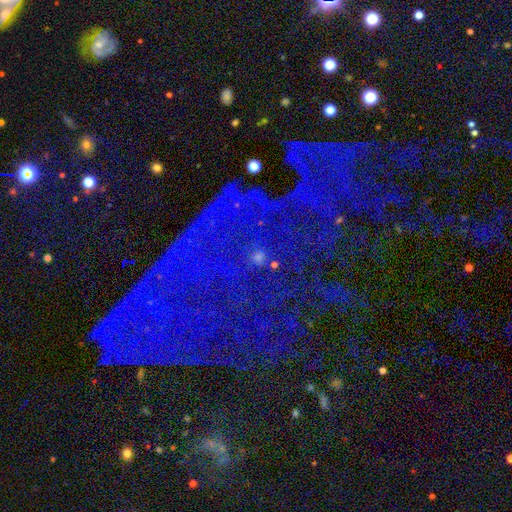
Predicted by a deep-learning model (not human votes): A star or artifact, not a galaxy (82%).

Vote fractions:
- Smooth or featured? star or artifact: 82% / featured or disk: 9% / smooth: 9%